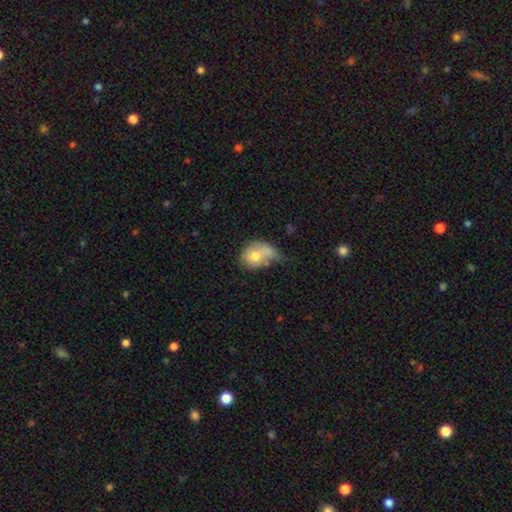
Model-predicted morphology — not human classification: A smooth galaxy with no disk features (68%) that is in between round and cigar-shaped (50%). Merging: minor disturbance (28%).